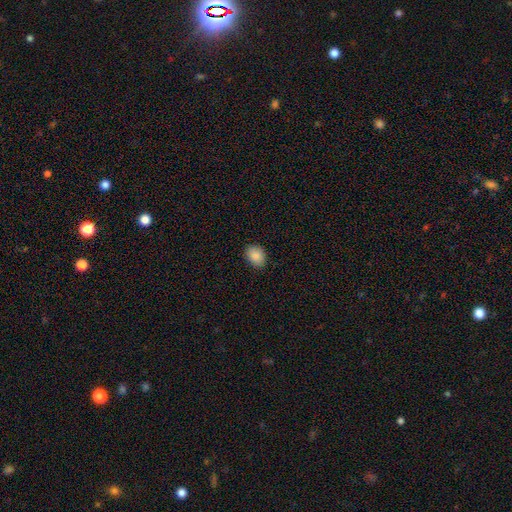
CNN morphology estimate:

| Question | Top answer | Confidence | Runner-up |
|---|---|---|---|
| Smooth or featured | smooth | 88% | star or artifact (8%) |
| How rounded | in between | 61% | round (38%) |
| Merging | none | 85% | minor disturbance (12%) |